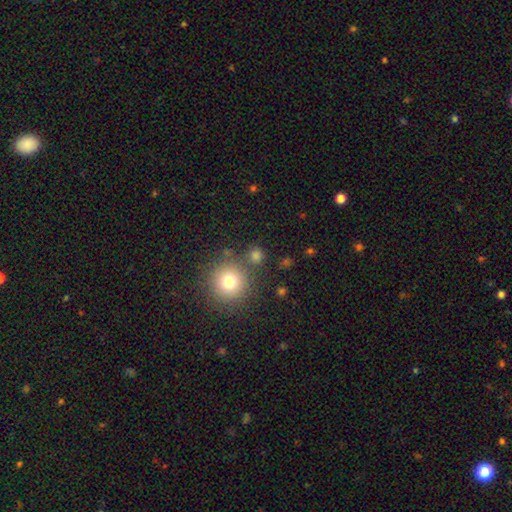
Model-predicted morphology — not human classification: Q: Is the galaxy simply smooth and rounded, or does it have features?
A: smooth — 75%.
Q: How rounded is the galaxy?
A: round — 89%.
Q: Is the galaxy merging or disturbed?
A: none — 77%.